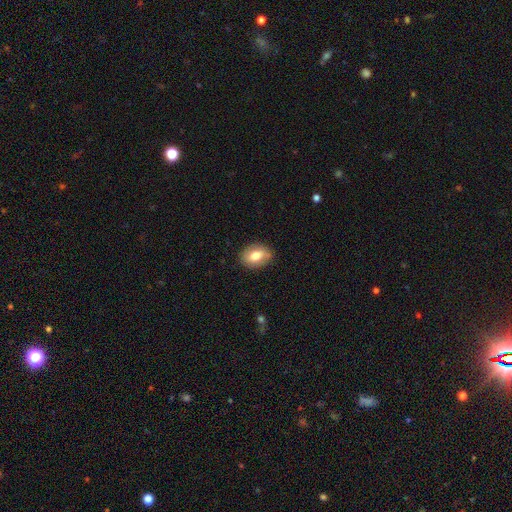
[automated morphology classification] A smooth galaxy with no disk features (75%) that is in between round and cigar-shaped (77%).

Vote fractions:
- Smooth or featured? smooth: 75% / featured or disk: 18% / star or artifact: 8%
- How rounded? in between: 77% / round: 21% / cigar-shaped: 1%
- Merging? none: 84% / minor disturbance: 12% / major disturbance: 3% / merger: 1%